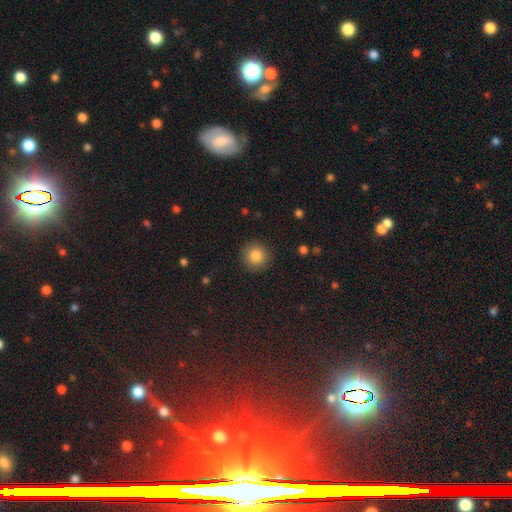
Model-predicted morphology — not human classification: smooth 85%, star or artifact 10%, featured or disk 5%. Down the decision tree: how rounded — round (94%); merging — none (89%).